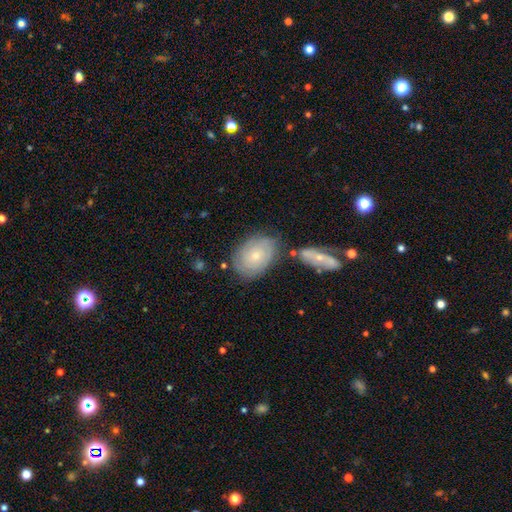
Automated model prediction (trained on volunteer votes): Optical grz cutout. It shows a smooth galaxy with no disk features (47%). Merging: none (70%).